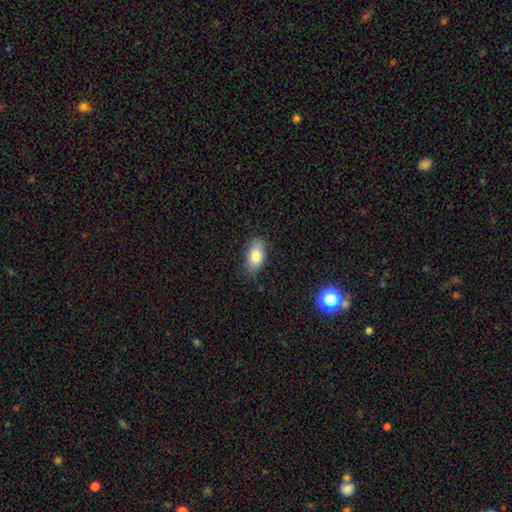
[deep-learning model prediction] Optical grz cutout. It shows a smooth galaxy with no disk features (83%) that is in between round and cigar-shaped (92%). Merging: none (82%).